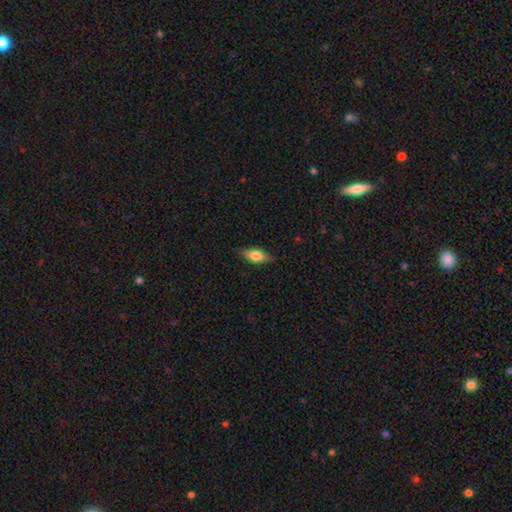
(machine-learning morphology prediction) This appears to be a smooth galaxy with no disk features (67%) that is in between round and cigar-shaped (74%). Merging: none (84%).